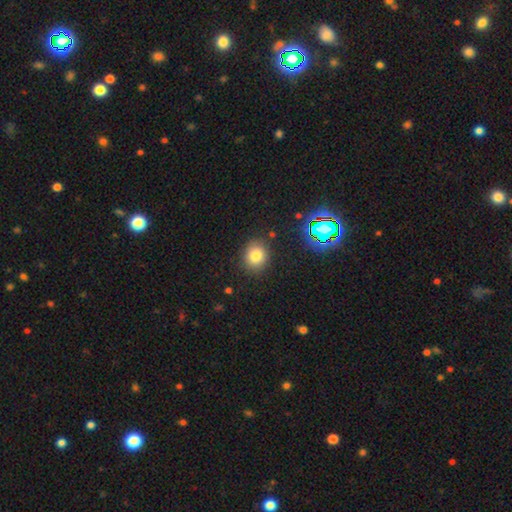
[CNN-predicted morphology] smooth_or_featured: smooth (p=0.77) [alt: star or artifact p=0.15]
how_rounded: round (p=0.72) [alt: in between p=0.27]
merging: none (p=0.85) [alt: minor disturbance p=0.09]